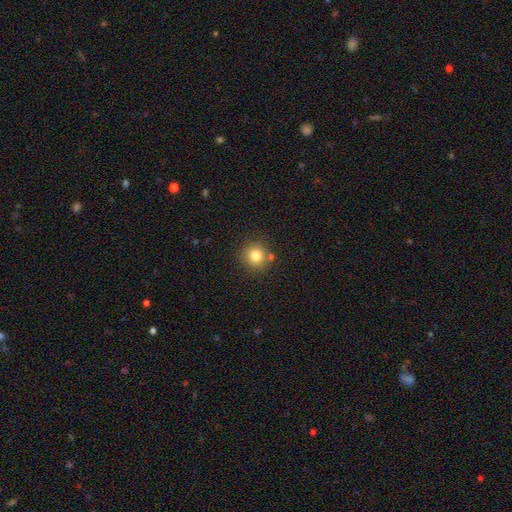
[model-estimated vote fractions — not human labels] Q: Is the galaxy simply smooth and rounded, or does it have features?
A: smooth — 80%.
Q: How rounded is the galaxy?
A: round — 92%.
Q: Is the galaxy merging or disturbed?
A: none — 80%.